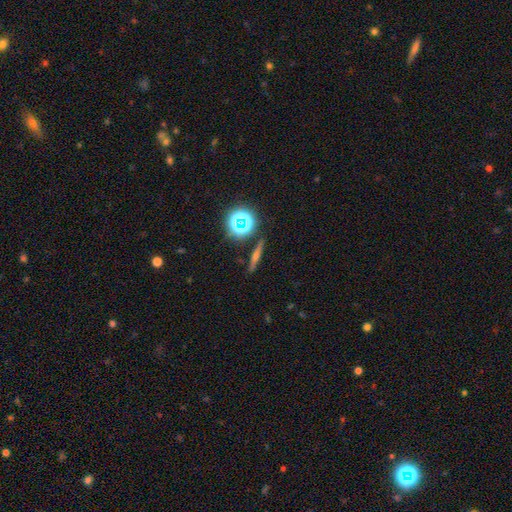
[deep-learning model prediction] The model was most divided on "smooth or featured": featured or disk: 49%, smooth: 30%, star or artifact: 22%. More confident: merging — none (89%).